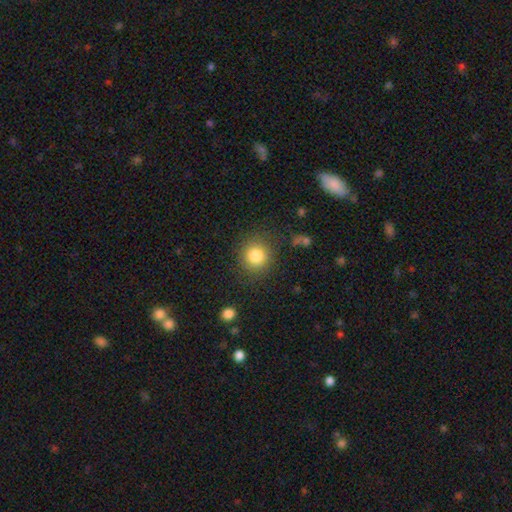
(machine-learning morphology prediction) Smooth or featured? smooth (82%)
How rounded? round (89%)
Merging? none (84%)